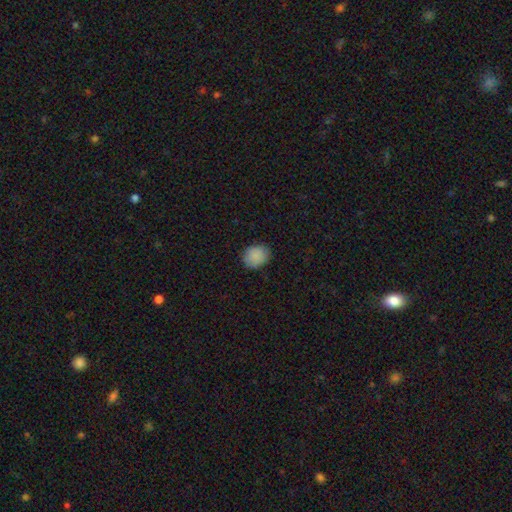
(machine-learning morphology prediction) A smooth galaxy with no disk features (88%) that is round (55%).

Vote fractions:
- Smooth or featured? smooth: 88% / star or artifact: 8% / featured or disk: 5%
- How rounded? round: 55% / in between: 44% / cigar-shaped: 1%
- Merging? none: 82% / minor disturbance: 14% / major disturbance: 3% / merger: 1%